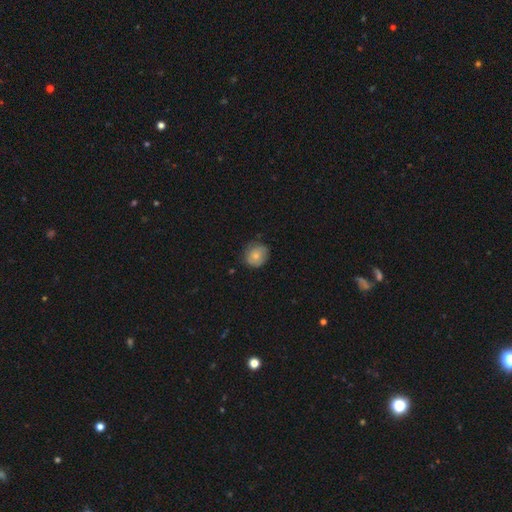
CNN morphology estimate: The model was most divided on "merging": none: 67%, minor disturbance: 26%, major disturbance: 6%, merger: 1%. More confident: how rounded — round (76%); smooth or featured — smooth (68%).